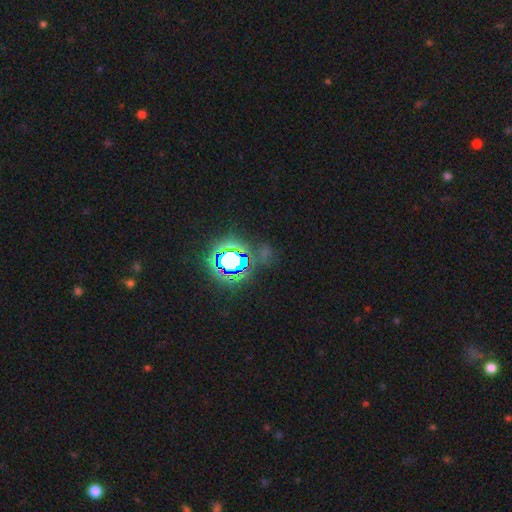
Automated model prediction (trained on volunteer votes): A star or artifact, not a galaxy (82%).